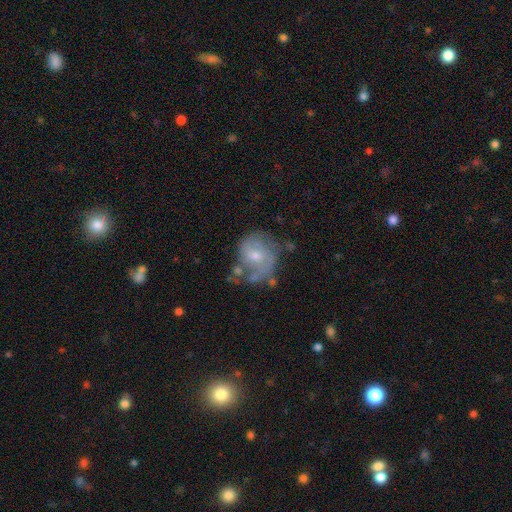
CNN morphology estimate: The model was most divided on "bulge size": small: 53%, moderate: 43%, none: 2%, large: 2%, dominant: 1%. Remaining: edge-on disk — no (97%); spiral arms — yes (76%); smooth or featured — featured or disk (65%); bar — no (57%); merging — none (47%).